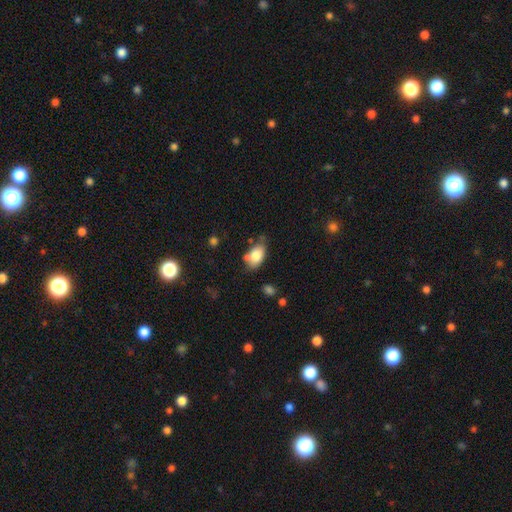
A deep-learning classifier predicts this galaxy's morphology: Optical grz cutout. It shows a smooth galaxy with no disk features (80%) that is in between round and cigar-shaped (89%). Merging: none (55%).